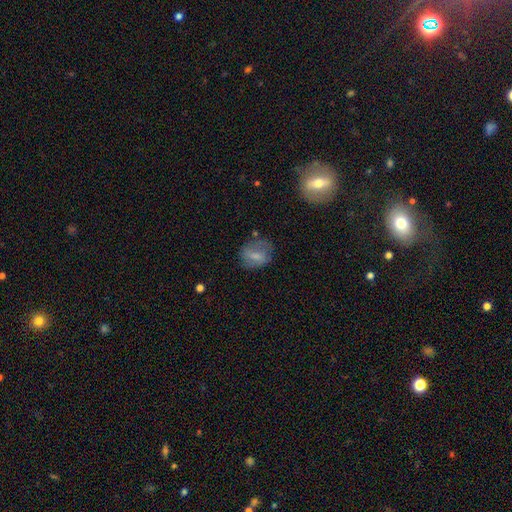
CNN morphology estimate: smooth 63%, featured or disk 29%, star or artifact 9%. Down the decision tree: how rounded — in between (52%); merging — none (61%).